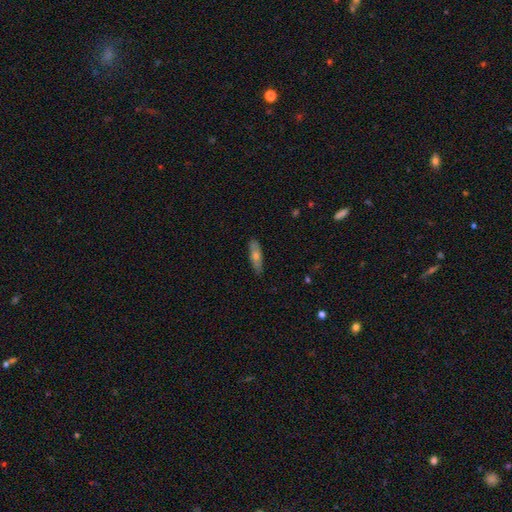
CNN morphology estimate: This appears to be a smooth galaxy with no disk features (50%) that is cigar-shaped (64%). Merging: none (86%).